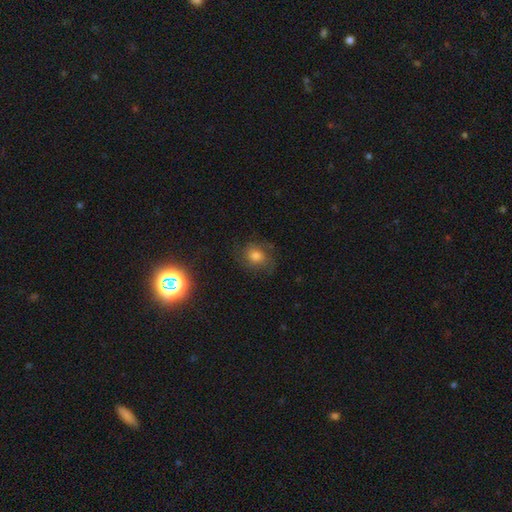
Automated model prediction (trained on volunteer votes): Morphology: type=smooth (49%); merging=none (68%).